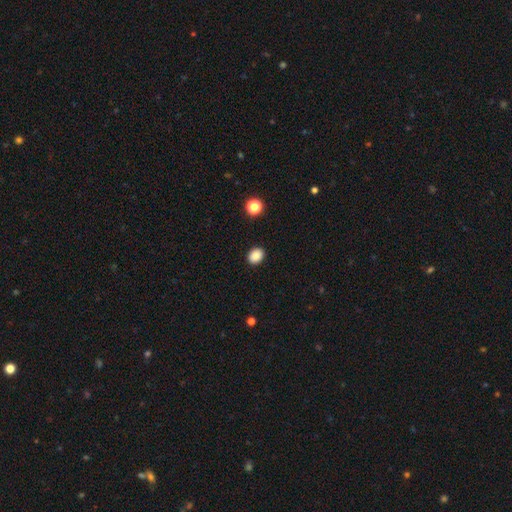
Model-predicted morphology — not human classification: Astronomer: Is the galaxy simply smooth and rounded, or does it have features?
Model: smooth — 88%.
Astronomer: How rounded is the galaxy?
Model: in between — 56% (runner-up: round, 44%).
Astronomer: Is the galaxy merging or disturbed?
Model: none — 90%.